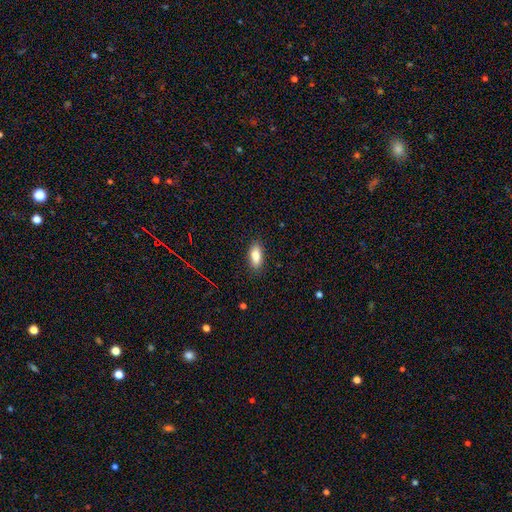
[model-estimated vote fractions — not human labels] smooth-or-featured: smooth: 86% | star or artifact: 8% | featured or disk: 6%
  how-rounded: in between: 84% | cigar-shaped: 13% | round: 3%
  merging: none: 86% | minor disturbance: 11% | major disturbance: 3% | merger: 1%